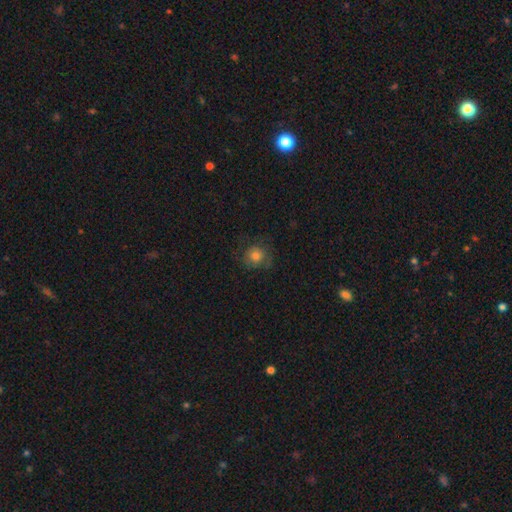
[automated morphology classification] Smooth or featured?
  - smooth: 69% *
  - featured or disk: 20%
  - star or artifact: 11%
How rounded?
  - round: 89% *
  - in between: 10%
  - cigar-shaped: 1%
Merging?
  - none: 71% *
  - minor disturbance: 17%
  - major disturbance: 11%
  - merger: 1%